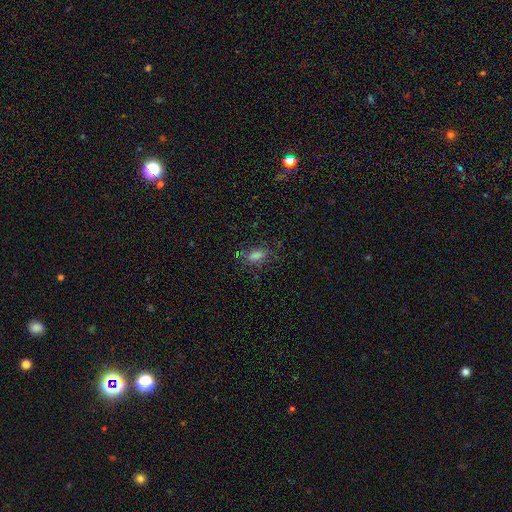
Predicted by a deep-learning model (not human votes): Q: Smooth or featured?
A: smooth (70%); runner-up: star or artifact (21%)
Q: How rounded?
A: in between (79%); runner-up: round (12%)
Q: Merging?
A: none (76%); runner-up: minor disturbance (15%)